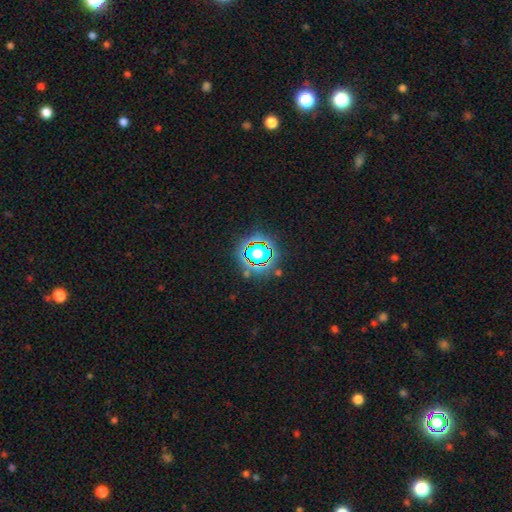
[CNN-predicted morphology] smooth_or_featured: star or artifact (p=0.68) [alt: smooth p=0.20]